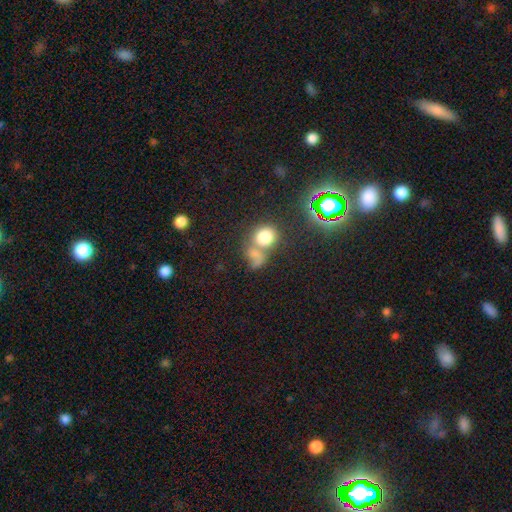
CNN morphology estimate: Smooth or featured? smooth (65%)
How rounded? round (59%)
Merging? merger (53%)